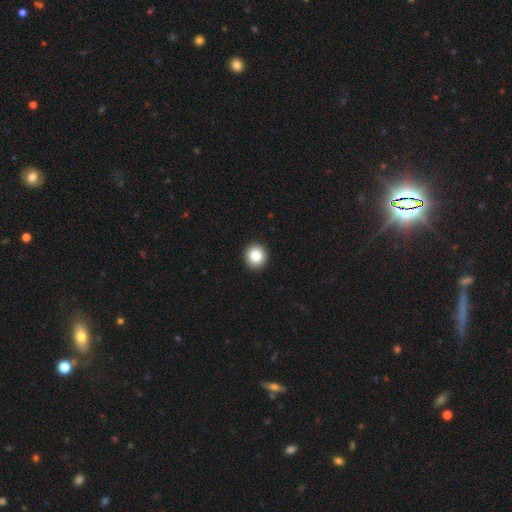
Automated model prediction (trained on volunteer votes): Overall: smooth (84%). How rounded: round (90%). Merging: none (93%).